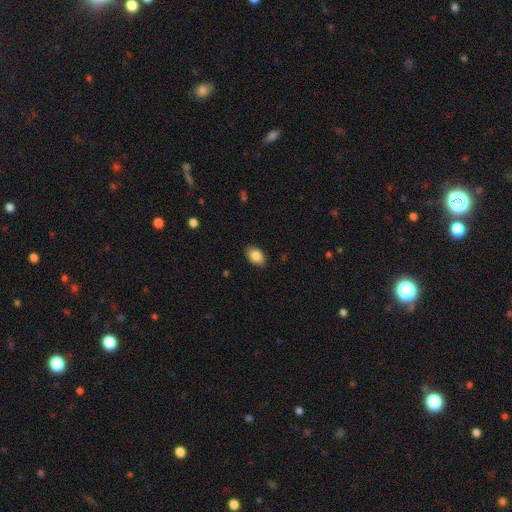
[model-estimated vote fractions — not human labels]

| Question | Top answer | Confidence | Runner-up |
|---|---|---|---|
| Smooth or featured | smooth | 86% | star or artifact (7%) |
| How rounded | in between | 89% | round (10%) |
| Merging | none | 87% | minor disturbance (10%) |